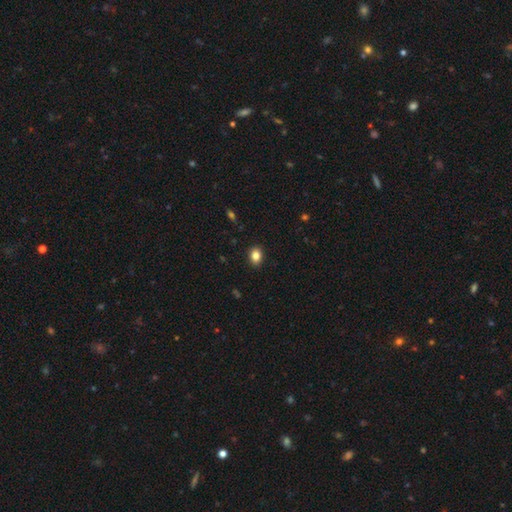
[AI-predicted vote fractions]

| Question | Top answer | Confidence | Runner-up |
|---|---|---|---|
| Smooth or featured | smooth | 84% | star or artifact (10%) |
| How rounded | in between | 62% | round (37%) |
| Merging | none | 90% | minor disturbance (7%) |